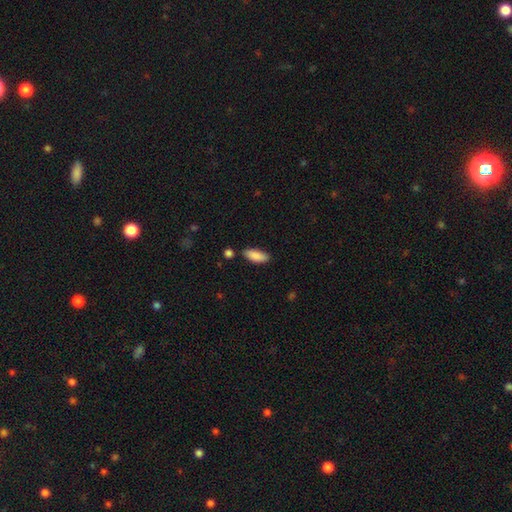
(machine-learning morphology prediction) Smooth or featured: smooth — 89% (star or artifact — 6%)
How rounded: in between — 75% (cigar-shaped — 23%)
Merging: none — 82% (minor disturbance — 12%)